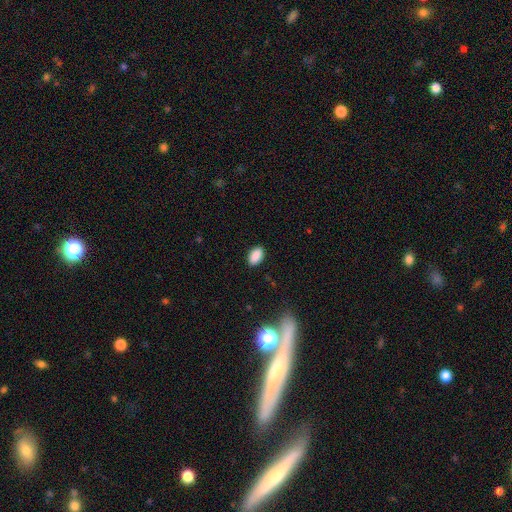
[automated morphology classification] type=smooth (89%); roundness=in between (93%); merging=none (88%).